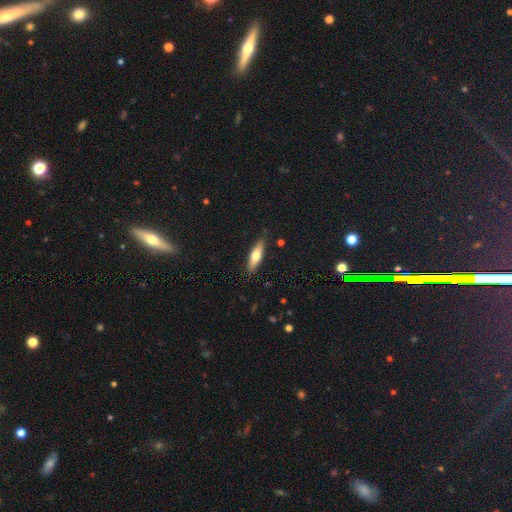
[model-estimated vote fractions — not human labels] A smooth galaxy with no disk features (59%) that is cigar-shaped (61%). Merging: none (87%).